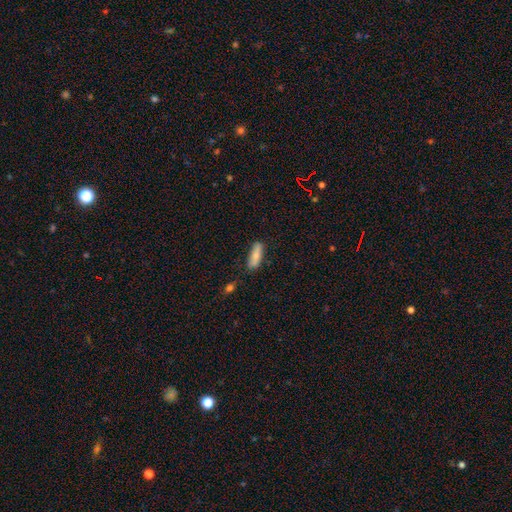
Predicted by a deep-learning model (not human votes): The model was most divided on "how rounded": cigar-shaped: 50%, in between: 48%, round: 2%. More confident: smooth or featured — smooth (80%); merging — none (77%).